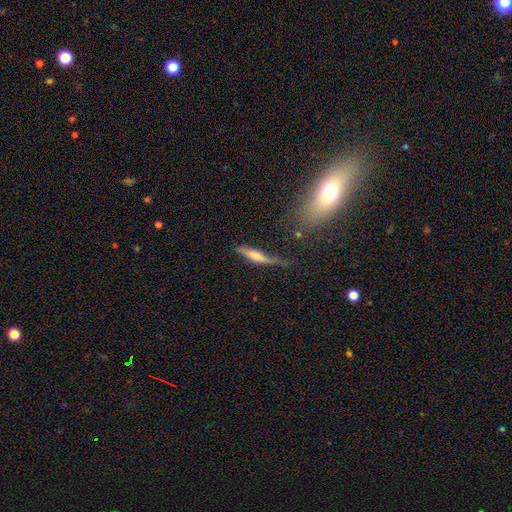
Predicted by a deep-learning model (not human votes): This appears to be a featured or disk galaxy (46%, tied with smooth). Merging: none (55%).